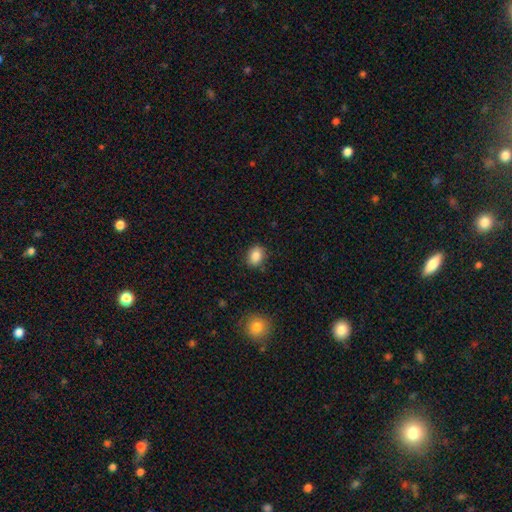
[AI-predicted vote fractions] Overall: smooth (86%). How rounded: in between (53%; round 46%). Merging: none (83%).